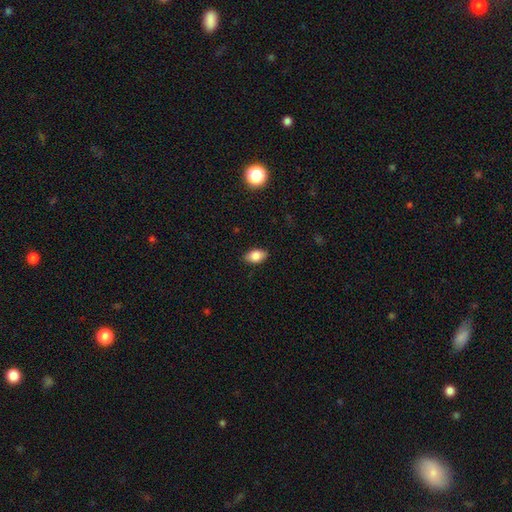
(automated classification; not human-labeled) This appears to be a smooth galaxy with no disk features (83%) that is in between round and cigar-shaped (90%). Merging: none (87%).